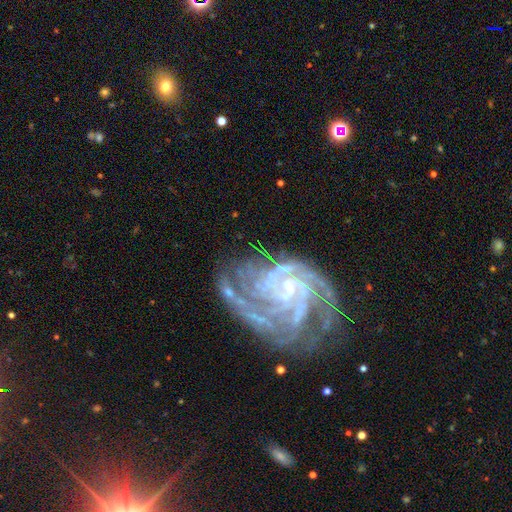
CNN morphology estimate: Smooth or featured?
  - featured or disk: 81% *
  - star or artifact: 10%
  - smooth: 9%
Edge-on disk?
  - no: 96% *
  - yes: 4%
Bar?
  - no: 44% *
  - weak: 38%
  - strong: 19%
Spiral arms?
  - yes: 94% *
  - no: 6%
Spiral winding?
  - tight: 63% *
  - medium: 30%
  - loose: 7%
Spiral arm count?
  - can't tell: 27% *
  - 3: 19%
  - 4: 17%
  - 2: 16%
  - more than 4: 12%
  - 1: 8%
Bulge size?
  - small: 49% *
  - moderate: 35%
  - none: 11%
  - large: 4%
  - dominant: 2%
Merging?
  - none: 59% *
  - minor disturbance: 19%
  - major disturbance: 15%
  - merger: 8%